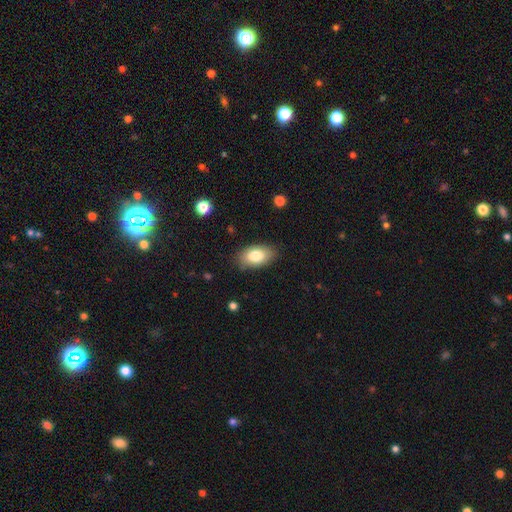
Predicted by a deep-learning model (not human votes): smooth_or_featured: smooth (p=0.81) [alt: featured or disk p=0.12]
how_rounded: in between (p=0.92) [alt: round p=0.05]
merging: none (p=0.84) [alt: minor disturbance p=0.12]